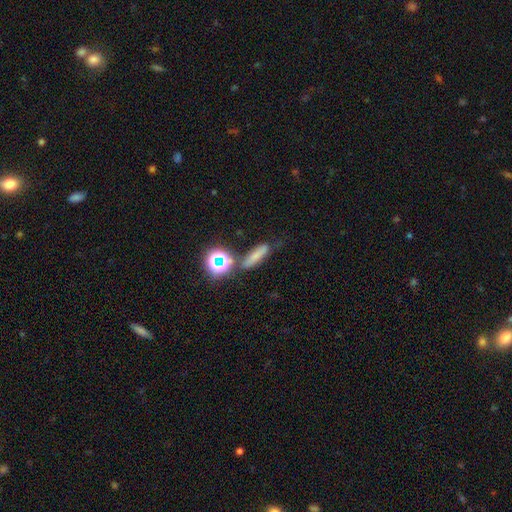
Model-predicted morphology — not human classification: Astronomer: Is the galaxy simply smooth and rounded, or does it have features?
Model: smooth — 64%.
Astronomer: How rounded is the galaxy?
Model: cigar-shaped — 60%.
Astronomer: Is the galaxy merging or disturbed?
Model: none — 66%.